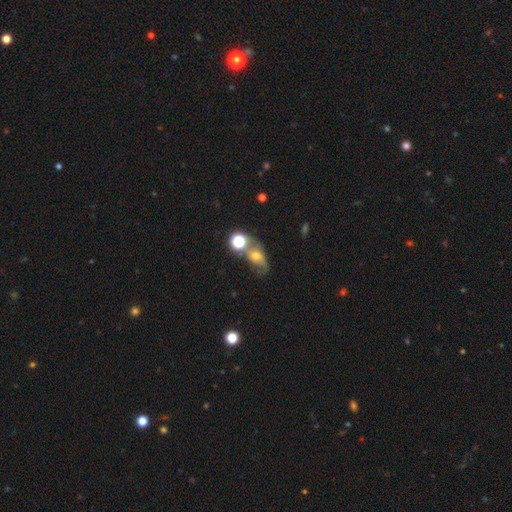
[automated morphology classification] This appears to be a smooth galaxy with no disk features (45%). Merging: none (35%).